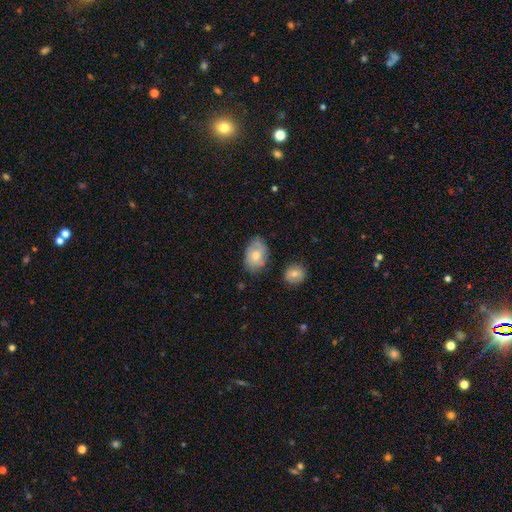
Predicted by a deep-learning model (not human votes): smooth_or_featured: smooth (p=0.56) [alt: featured or disk p=0.37]
how_rounded: in between (p=0.82) [alt: round p=0.17]
merging: none (p=0.68) [alt: minor disturbance p=0.23]